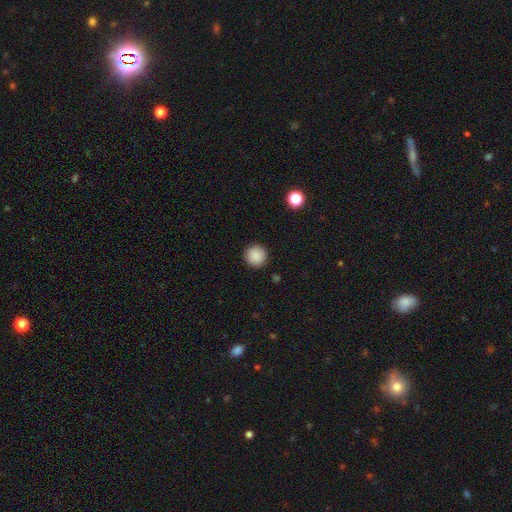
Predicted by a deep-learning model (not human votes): Smooth or featured? smooth (89%)
How rounded? round (95%)
Merging? none (92%)